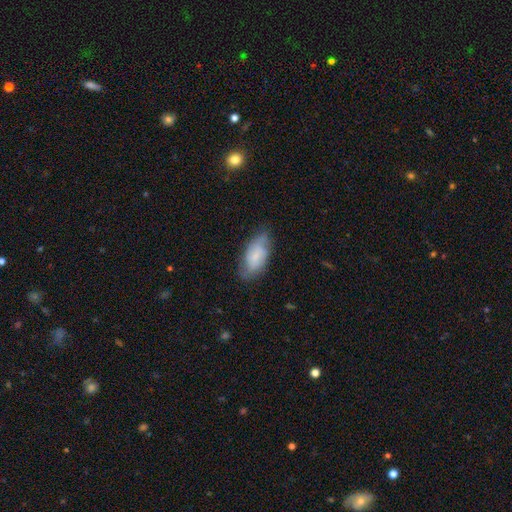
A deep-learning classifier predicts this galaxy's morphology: Smooth or featured? smooth (59%)
How rounded? in between (90%)
Merging? none (67%)